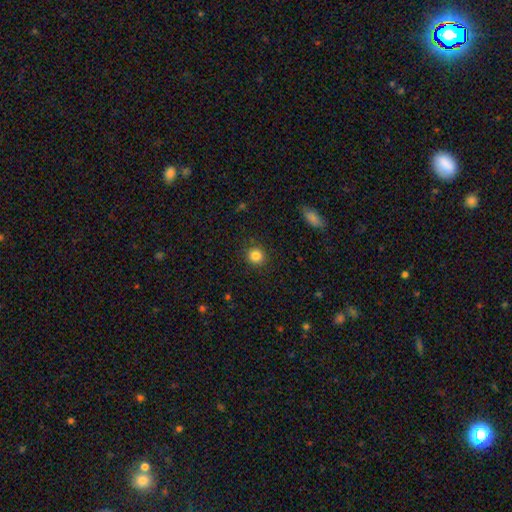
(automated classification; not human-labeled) Smooth or featured? Predicted: smooth (p=0.85). How rounded? Predicted: round (p=0.90). Merging? Predicted: none (p=0.90).